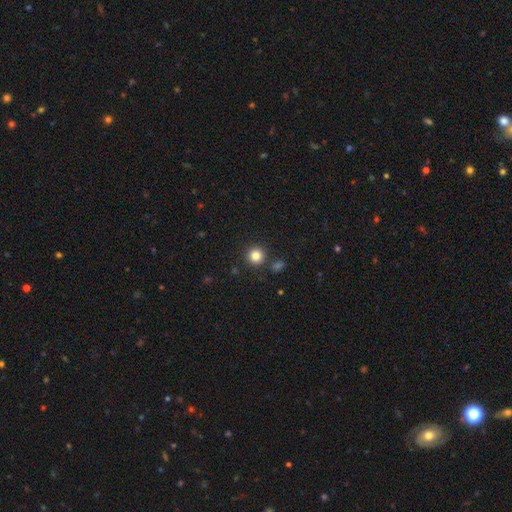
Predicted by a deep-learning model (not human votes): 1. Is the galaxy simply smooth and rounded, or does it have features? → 84% smooth, 12% star or artifact, 5% featured or disk.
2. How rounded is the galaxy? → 94% round, 5% in between, 1% cigar-shaped.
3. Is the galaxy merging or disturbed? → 88% none, 6% minor disturbance, 4% merger, 2% major disturbance.